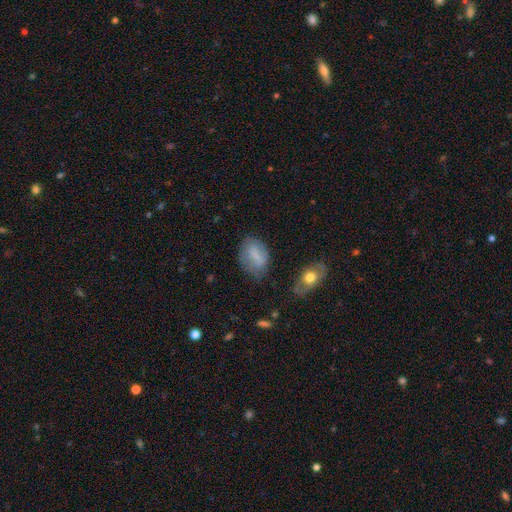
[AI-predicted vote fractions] Q: Smooth or featured?
A: smooth (68%); runner-up: featured or disk (24%)
Q: How rounded?
A: in between (83%); runner-up: round (14%)
Q: Merging?
A: none (62%); runner-up: minor disturbance (25%)